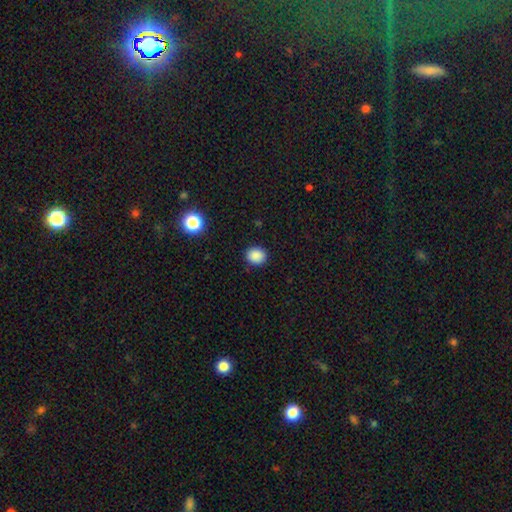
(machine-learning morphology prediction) Q: Smooth or featured?
A: smooth (87%); runner-up: star or artifact (10%)
Q: How rounded?
A: round (72%); runner-up: in between (27%)
Q: Merging?
A: none (89%); runner-up: minor disturbance (7%)